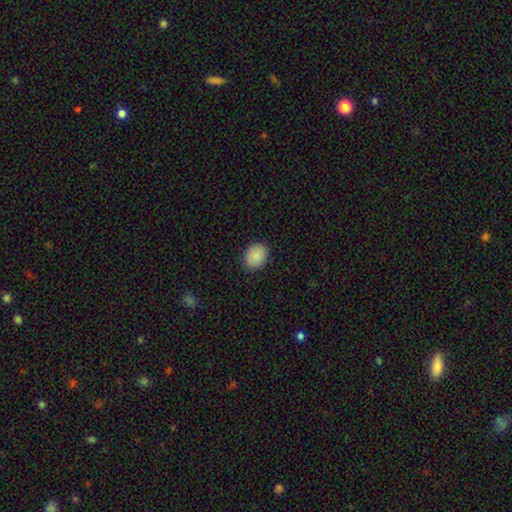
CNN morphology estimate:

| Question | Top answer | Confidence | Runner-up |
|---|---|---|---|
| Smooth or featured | smooth | 89% | star or artifact (7%) |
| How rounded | in between | 54% | round (45%) |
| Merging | none | 88% | minor disturbance (8%) |